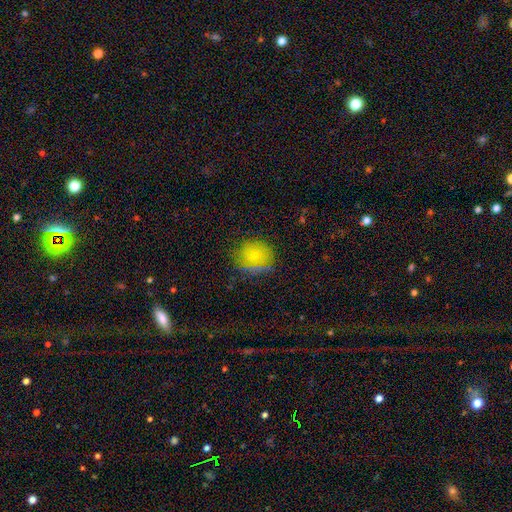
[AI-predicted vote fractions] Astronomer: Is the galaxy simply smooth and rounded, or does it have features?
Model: smooth — 73%.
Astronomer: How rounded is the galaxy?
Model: round — 82%.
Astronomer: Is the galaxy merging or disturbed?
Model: none — 74%.